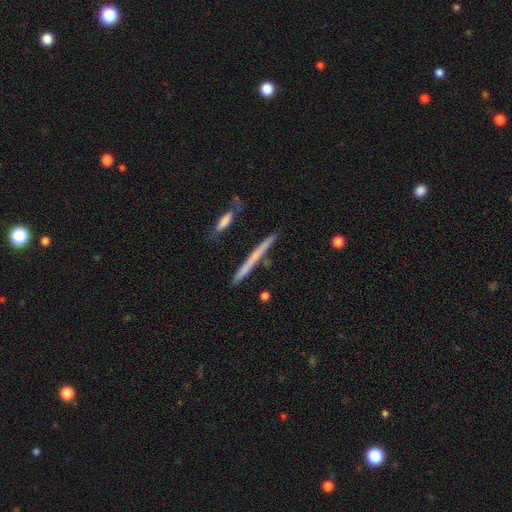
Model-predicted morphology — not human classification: smooth_or_featured: smooth (p=0.48) [alt: featured or disk p=0.46]
merging: none (p=0.85) [alt: minor disturbance p=0.09]